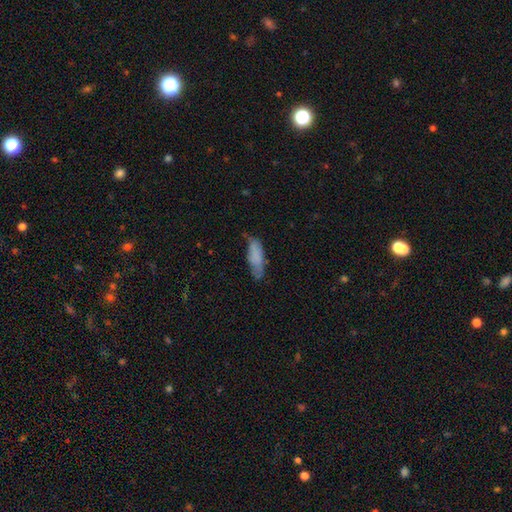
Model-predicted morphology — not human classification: Smooth or featured? Predicted: smooth (p=0.75). How rounded? Predicted: in between (p=0.63). Merging? Predicted: none (p=0.49).